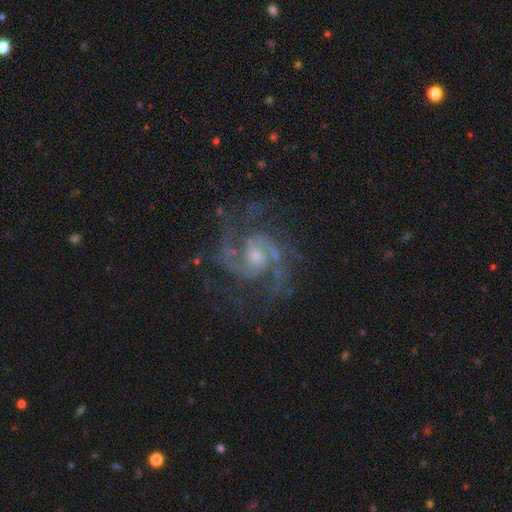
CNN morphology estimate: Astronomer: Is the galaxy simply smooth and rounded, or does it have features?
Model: featured or disk — 91%.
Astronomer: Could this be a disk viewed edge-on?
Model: no — 98%.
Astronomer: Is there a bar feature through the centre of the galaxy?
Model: no — 55% (runner-up: weak, 38%).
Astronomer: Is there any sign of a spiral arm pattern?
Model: yes — 98%.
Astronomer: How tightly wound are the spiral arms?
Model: medium — 60%.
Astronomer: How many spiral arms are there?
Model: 2 — 77%.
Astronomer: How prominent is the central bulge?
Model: small — 55% (runner-up: moderate, 37%).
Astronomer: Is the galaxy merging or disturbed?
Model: none — 73%.